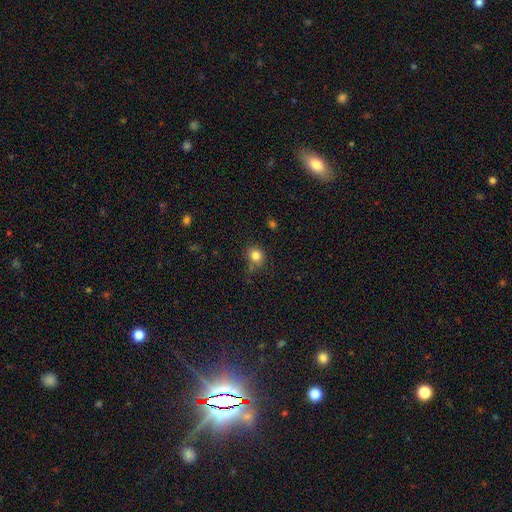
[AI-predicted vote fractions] Smooth or featured? Predicted: smooth (p=0.83). How rounded? Predicted: round (p=0.78). Merging? Predicted: none (p=0.66).